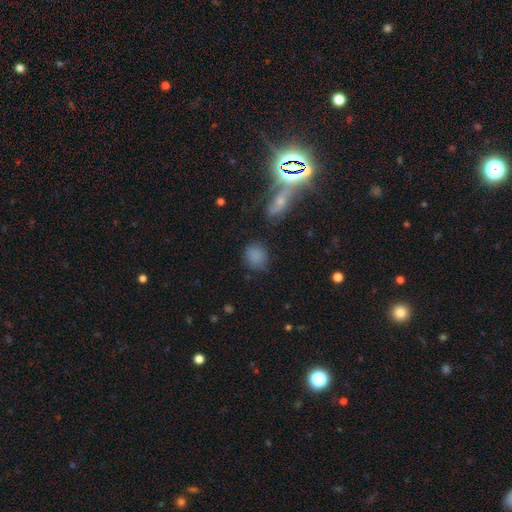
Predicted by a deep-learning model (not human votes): This appears to be a smooth galaxy with no disk features (79%) that is round (75%). Merging: none (69%).